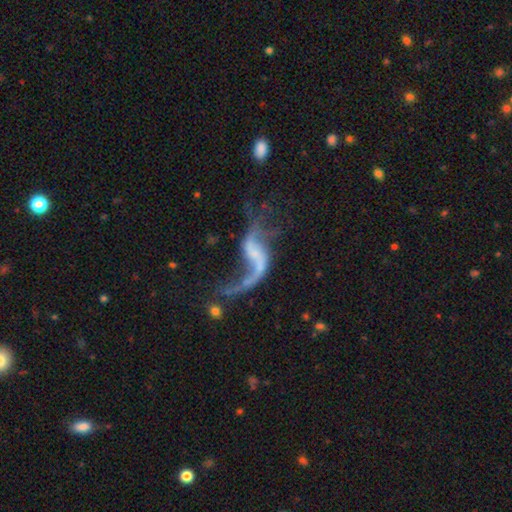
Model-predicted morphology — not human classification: This appears to be a featured or disk galaxy (82%) with no bar (44%), 2 (73%) loose (93%) spiral arms (85%) and no central bulge (50%). Merging: major disturbance (36%).